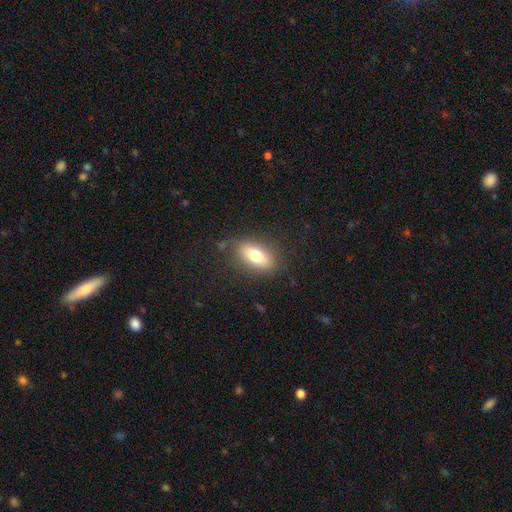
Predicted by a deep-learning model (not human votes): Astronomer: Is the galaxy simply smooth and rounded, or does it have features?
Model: smooth — 74%.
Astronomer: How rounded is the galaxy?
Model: in between — 81%.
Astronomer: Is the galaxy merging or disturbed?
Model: none — 82%.